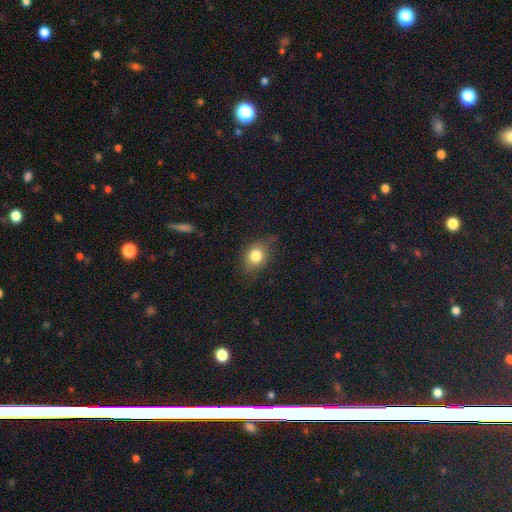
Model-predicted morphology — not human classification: Q: Smooth or featured?
A: smooth (81%); runner-up: star or artifact (10%)
Q: How rounded?
A: in between (52%); runner-up: round (46%)
Q: Merging?
A: none (72%); runner-up: minor disturbance (21%)